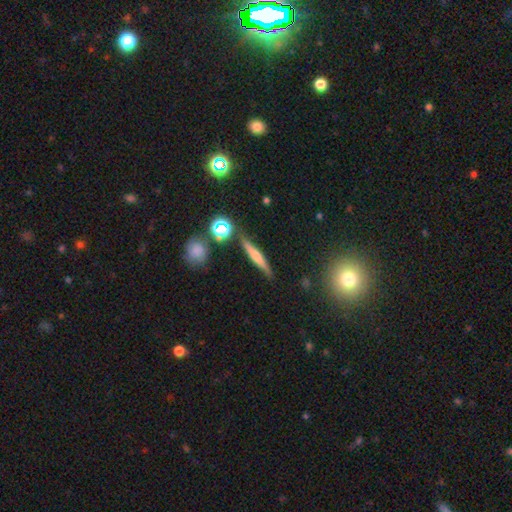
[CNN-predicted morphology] type=smooth (57%); roundness=cigar-shaped (88%); merging=none (82%).